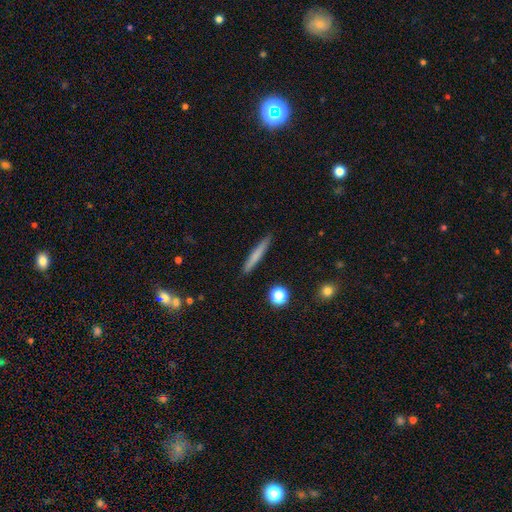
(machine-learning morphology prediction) smooth 68%, featured or disk 25%, star or artifact 7%. Down the decision tree: how rounded — cigar-shaped (95%); merging — none (90%).